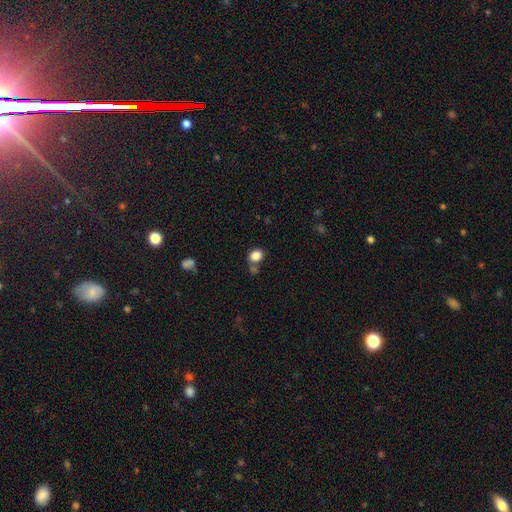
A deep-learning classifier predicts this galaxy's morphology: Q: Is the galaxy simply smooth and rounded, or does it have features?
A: smooth — 84%.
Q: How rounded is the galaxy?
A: round — 60%.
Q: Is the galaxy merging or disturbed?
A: none — 65%.